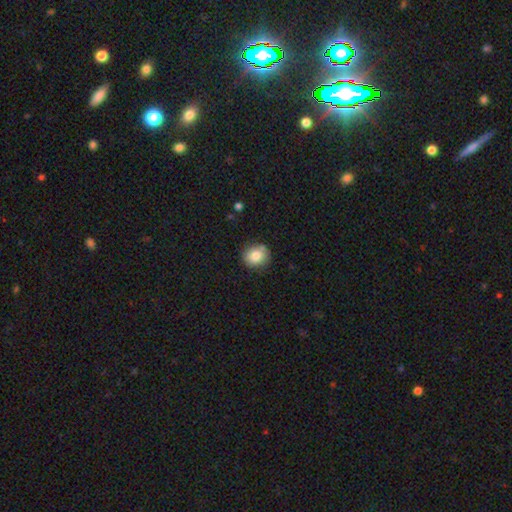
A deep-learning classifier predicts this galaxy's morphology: A smooth galaxy with no disk features (82%) that is round (78%).

Vote fractions:
- Smooth or featured? smooth: 82% / star or artifact: 9% / featured or disk: 9%
- How rounded? round: 78% / in between: 21% / cigar-shaped: 1%
- Merging? none: 80% / minor disturbance: 14% / merger: 3% / major disturbance: 3%